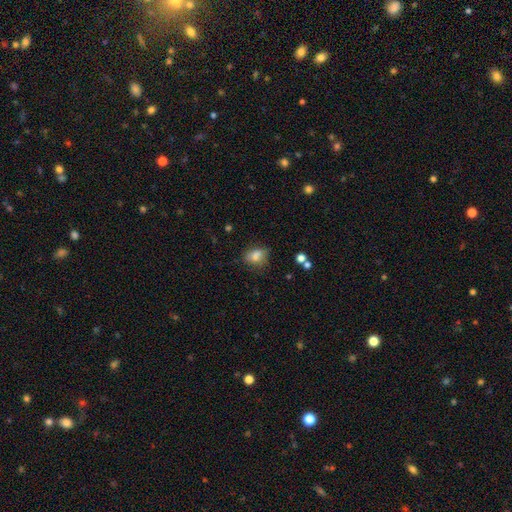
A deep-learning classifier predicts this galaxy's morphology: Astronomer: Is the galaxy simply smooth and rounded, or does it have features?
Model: smooth — 80%.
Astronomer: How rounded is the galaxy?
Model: in between — 65%.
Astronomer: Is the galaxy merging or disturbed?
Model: none — 62%.